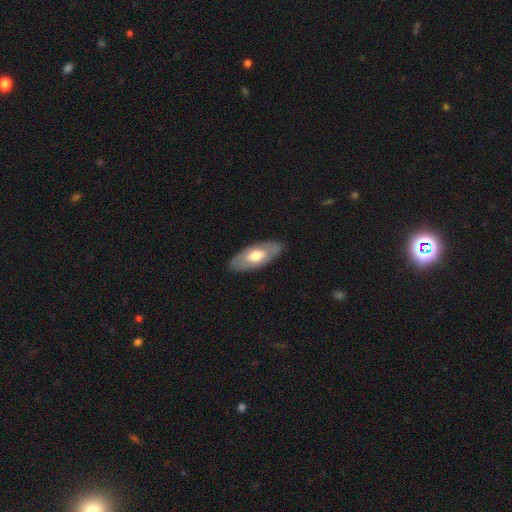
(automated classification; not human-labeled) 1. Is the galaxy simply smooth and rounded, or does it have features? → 56% smooth, 39% featured or disk, 5% star or artifact.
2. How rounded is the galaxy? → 84% in between, 13% cigar-shaped, 2% round.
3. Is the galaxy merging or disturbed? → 86% none, 11% minor disturbance, 3% major disturbance, 1% merger.